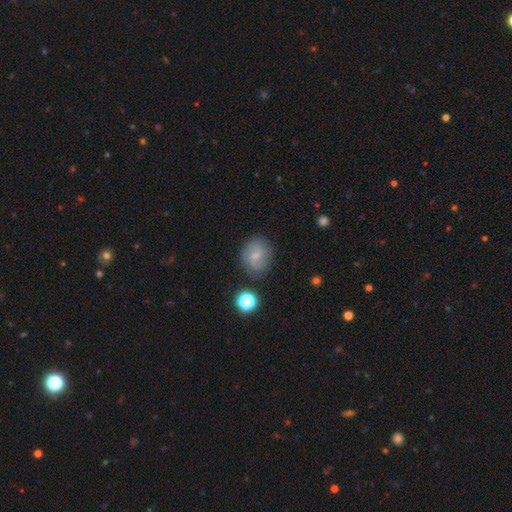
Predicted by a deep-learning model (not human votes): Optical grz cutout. It shows a smooth galaxy with no disk features (52%) that is round (68%). Merging: none (76%).